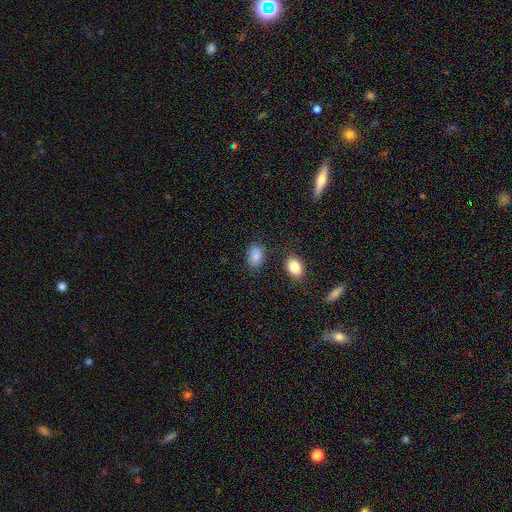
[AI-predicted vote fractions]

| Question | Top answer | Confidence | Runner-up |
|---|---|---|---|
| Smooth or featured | smooth | 86% | star or artifact (9%) |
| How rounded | in between | 81% | round (18%) |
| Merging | none | 78% | minor disturbance (14%) |